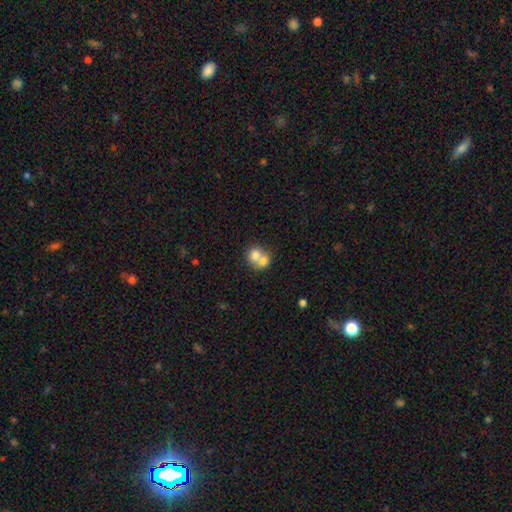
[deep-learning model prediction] smooth_or_featured: smooth (p=0.71) [alt: featured or disk p=0.20]
how_rounded: round (p=0.72) [alt: in between p=0.27]
merging: merger (p=0.68) [alt: none p=0.24]